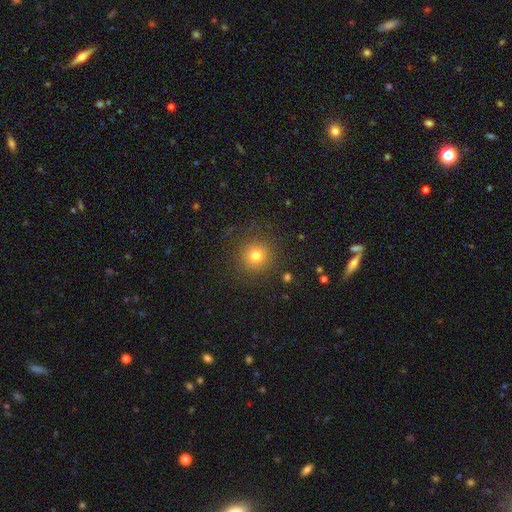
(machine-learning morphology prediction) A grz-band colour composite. It shows a smooth galaxy with no disk features (77%) that is round (93%). Merging: none (88%).